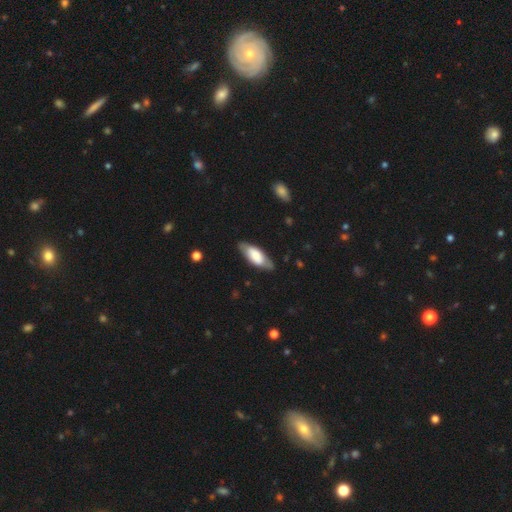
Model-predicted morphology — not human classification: smooth 63%, featured or disk 31%, star or artifact 6%. Down the decision tree: how rounded — in between (75%); merging — none (76%).